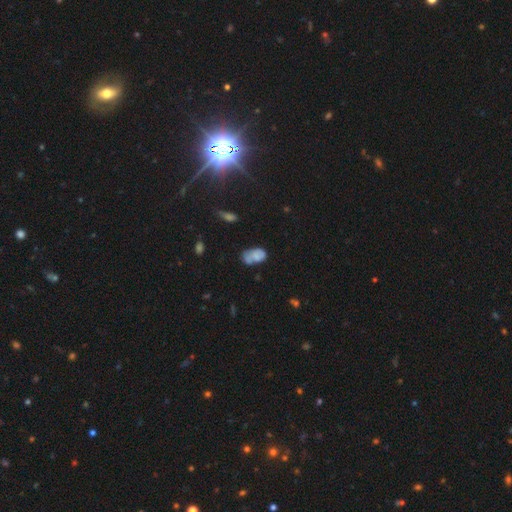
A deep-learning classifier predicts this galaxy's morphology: Smooth or featured: smooth — 69% (featured or disk — 21%)
How rounded: in between — 90% (round — 8%)
Merging: none — 39% (minor disturbance — 31%)